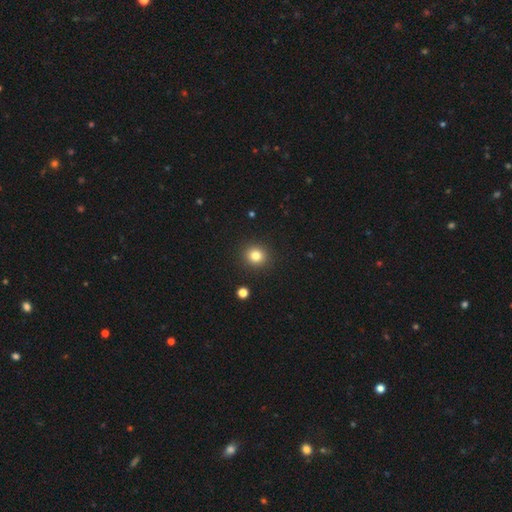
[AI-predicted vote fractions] Smooth or featured?
  - smooth: 81% *
  - star or artifact: 12%
  - featured or disk: 6%
How rounded?
  - round: 88% *
  - in between: 11%
  - cigar-shaped: 1%
Merging?
  - none: 91% *
  - minor disturbance: 5%
  - major disturbance: 2%
  - merger: 1%